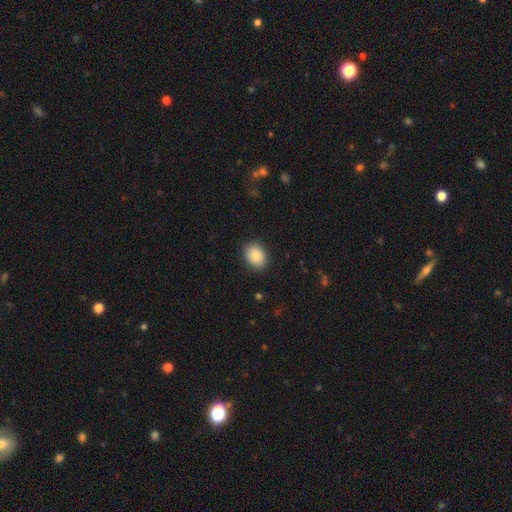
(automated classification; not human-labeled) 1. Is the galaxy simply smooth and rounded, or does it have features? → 86% smooth, 8% star or artifact, 6% featured or disk.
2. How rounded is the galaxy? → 60% in between, 39% round, 1% cigar-shaped.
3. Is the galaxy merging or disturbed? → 88% none, 9% minor disturbance, 2% major disturbance, 1% merger.